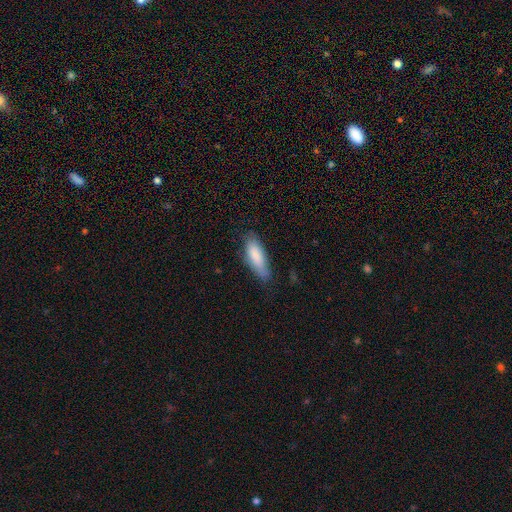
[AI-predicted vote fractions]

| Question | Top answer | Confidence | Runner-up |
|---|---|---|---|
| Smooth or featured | smooth | 83% | featured or disk (11%) |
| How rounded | in between | 64% | cigar-shaped (34%) |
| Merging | none | 68% | minor disturbance (25%) |